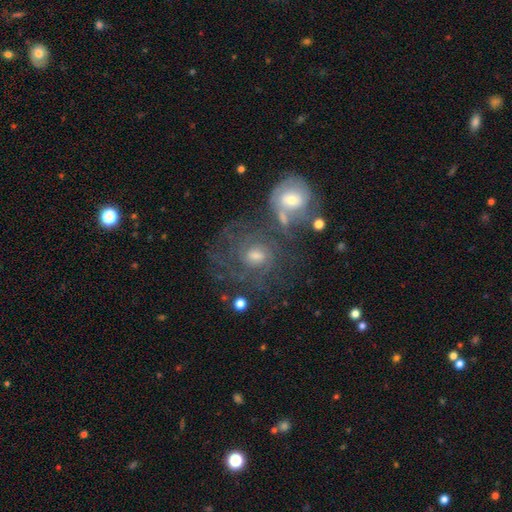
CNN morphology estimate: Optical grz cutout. It shows a featured or disk galaxy (67%) with no bar (59%), tight (58%) spiral arms (83%) and a moderate central bulge (55%). Merging: none (42%).